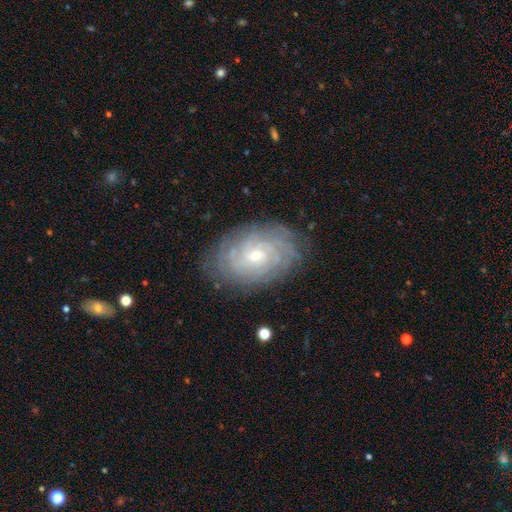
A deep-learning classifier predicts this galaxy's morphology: This is clearly a featured or disk galaxy (80%). It is clearly not viewed edge-on (96%). Bar: likely no (69%). Spiral arm pattern: clearly yes (94%). Spiral arm count: possibly can't tell (46%). Spiral winding: likely tight (79%). Central bulge: likely small (68%). Merging: clearly none (81%).